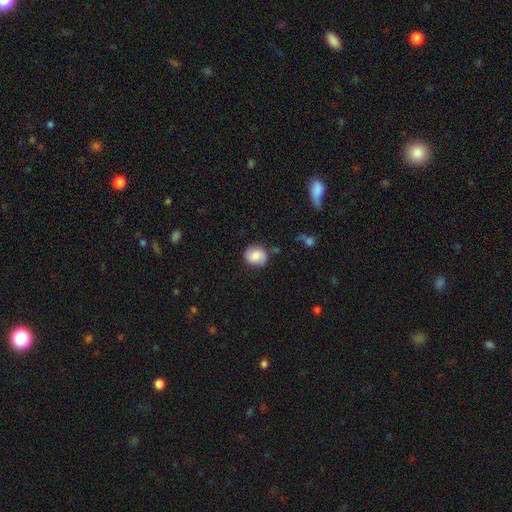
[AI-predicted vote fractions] Smooth or featured? Predicted: smooth (p=0.72). How rounded? Predicted: round (p=0.75). Merging? Predicted: none (p=0.77).